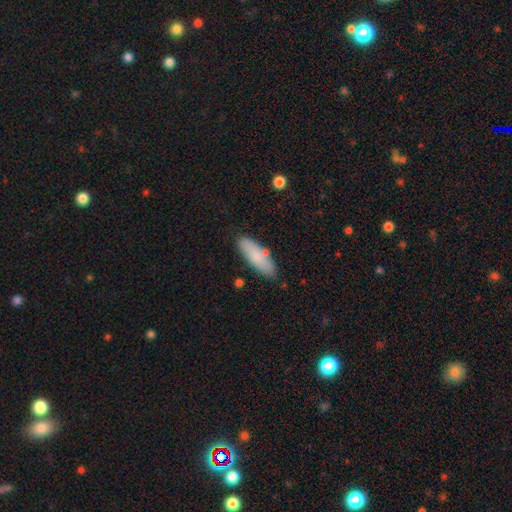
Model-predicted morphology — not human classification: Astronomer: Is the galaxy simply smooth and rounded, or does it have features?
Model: smooth — 81%.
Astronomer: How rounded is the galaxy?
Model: in between — 51% (runner-up: cigar-shaped, 47%).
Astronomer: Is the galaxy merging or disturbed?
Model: none — 79%.